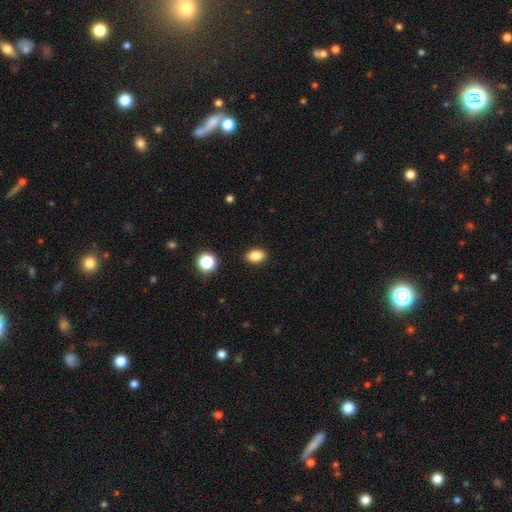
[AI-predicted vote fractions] Overall: smooth (85%). How rounded: in between (84%). Merging: none (89%).